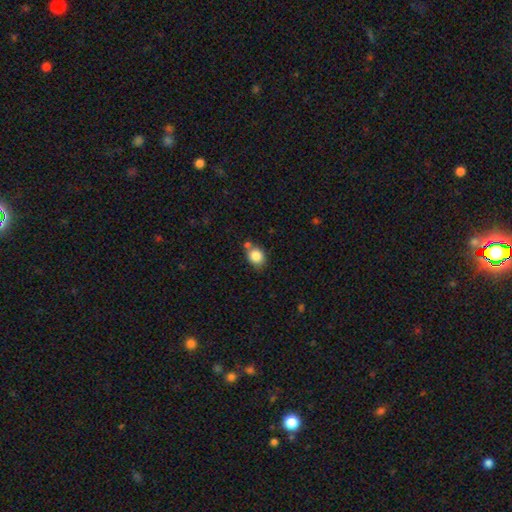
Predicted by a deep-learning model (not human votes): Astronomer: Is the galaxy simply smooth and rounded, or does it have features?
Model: smooth — 84%.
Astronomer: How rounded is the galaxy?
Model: round — 53% (runner-up: in between, 46%).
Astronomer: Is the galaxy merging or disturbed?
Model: none — 62%.